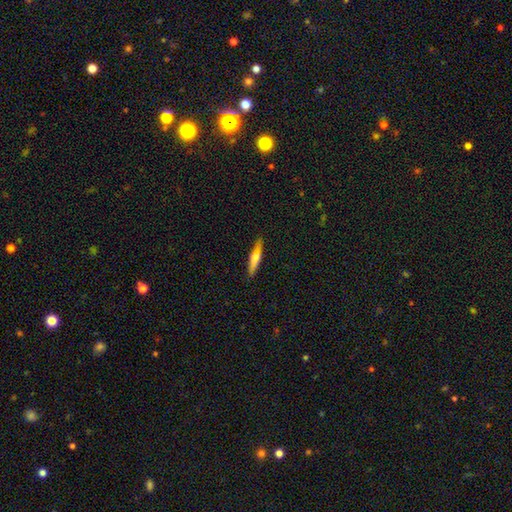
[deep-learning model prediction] smooth-or-featured: featured or disk: 49% | smooth: 45% | star or artifact: 6%
  merging: none: 88% | minor disturbance: 9% | major disturbance: 2% | merger: 1%